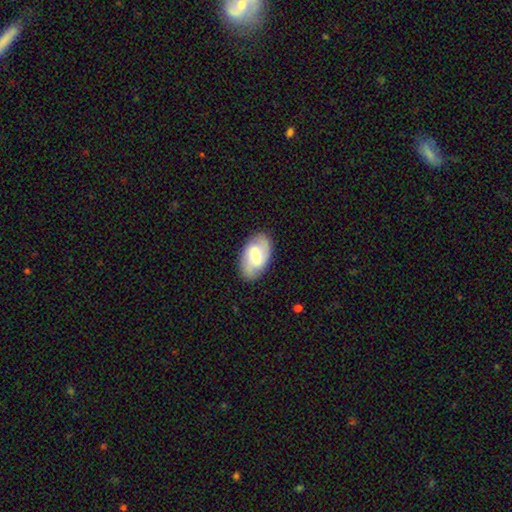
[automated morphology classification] This appears to be a featured or disk galaxy (55%) with a weak bar (52%), spiral arms (79%) and a moderate central bulge (51%). Merging: none (84%).